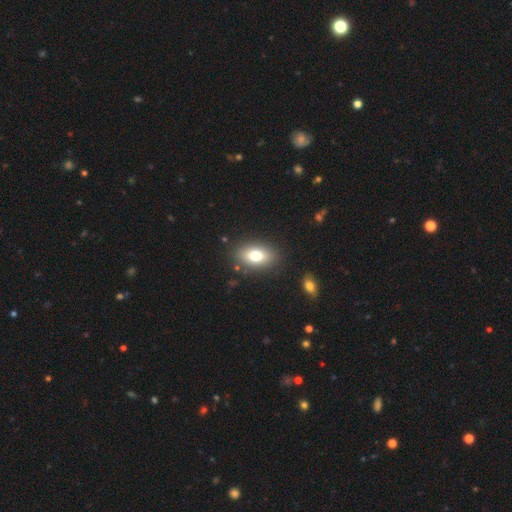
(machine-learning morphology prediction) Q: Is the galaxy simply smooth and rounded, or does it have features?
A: smooth — 75%.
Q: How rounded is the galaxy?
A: in between — 85%.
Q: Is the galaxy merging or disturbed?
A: none — 86%.